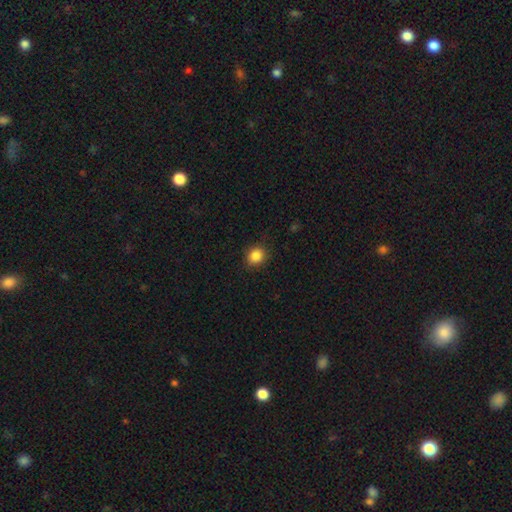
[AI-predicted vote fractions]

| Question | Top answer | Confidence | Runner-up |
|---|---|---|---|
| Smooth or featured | smooth | 86% | star or artifact (10%) |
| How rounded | round | 75% | in between (24%) |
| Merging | none | 87% | minor disturbance (9%) |